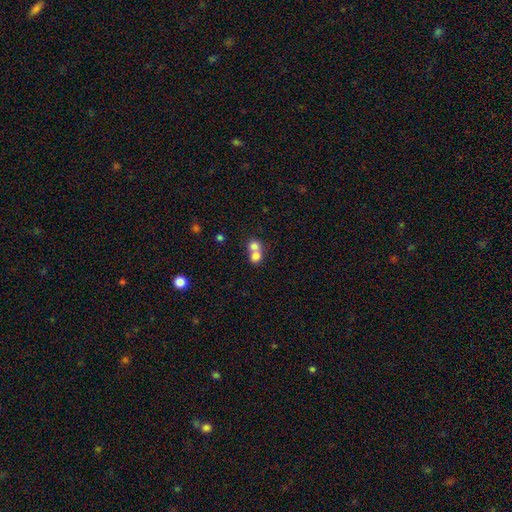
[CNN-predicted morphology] smooth 75%, featured or disk 15%, star or artifact 10%. Down the decision tree: how rounded — round (72%); merging — merger (70%).